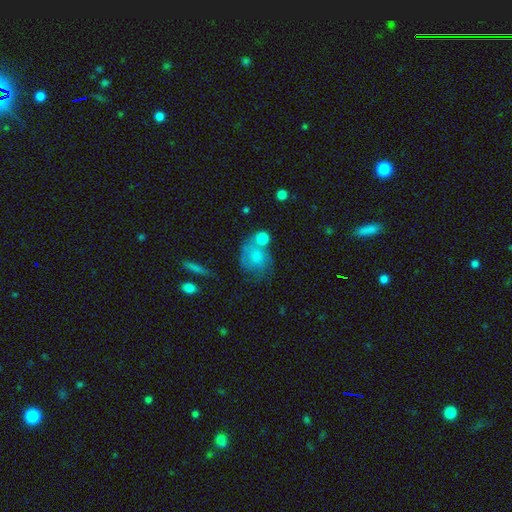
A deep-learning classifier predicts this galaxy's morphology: Smooth or featured: smooth — 68% (featured or disk — 23%)
How rounded: round — 52% (in between — 46%)
Merging: none — 41% (minor disturbance — 22%)